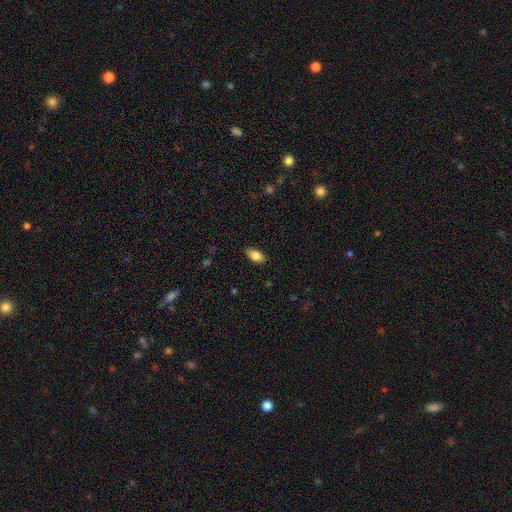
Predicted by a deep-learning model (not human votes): A smooth galaxy with no disk features (78%) that is in between round and cigar-shaped (88%).

Vote fractions:
- Smooth or featured? smooth: 78% / featured or disk: 14% / star or artifact: 8%
- How rounded? in between: 88% / cigar-shaped: 7% / round: 5%
- Merging? none: 86% / minor disturbance: 11% / major disturbance: 2% / merger: 1%